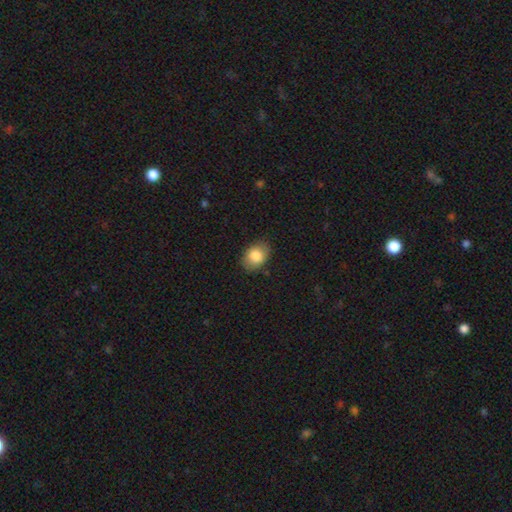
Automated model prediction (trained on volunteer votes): The model was most divided on "how rounded": in between: 73%, round: 26%, cigar-shaped: 1%. More confident: smooth or featured — smooth (84%); merging — none (83%).